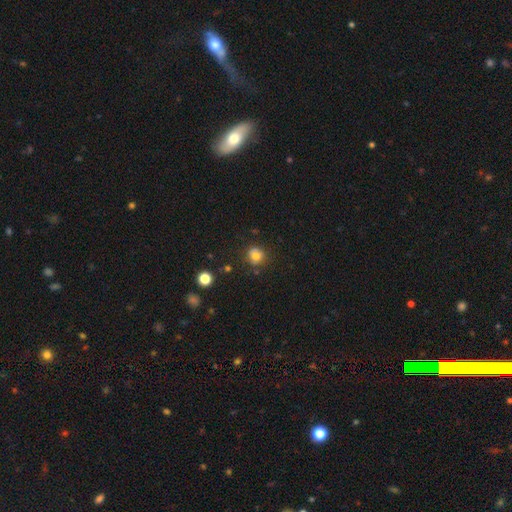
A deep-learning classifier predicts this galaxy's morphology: This is likely a smooth galaxy (73%). How rounded: clearly round (82%). Merging: likely none (73%).